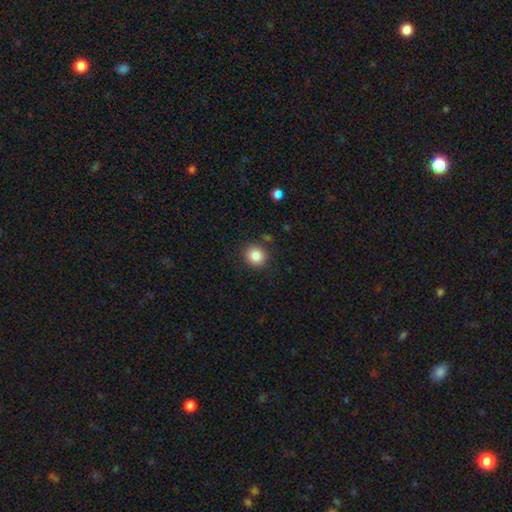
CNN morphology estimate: Overall: smooth (86%). How rounded: round (84%). Merging: none (87%).